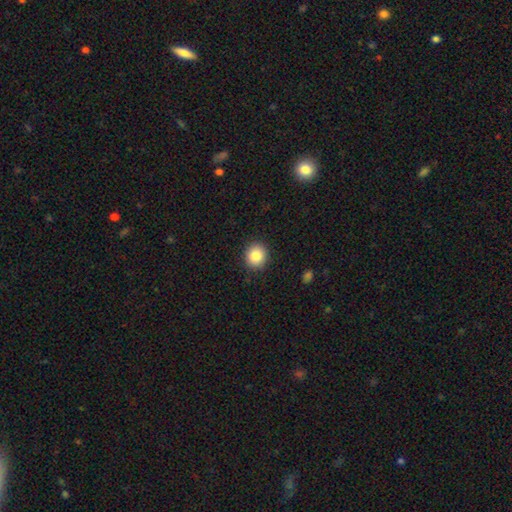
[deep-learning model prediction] Smooth or featured: smooth — 85% (star or artifact — 9%)
How rounded: round — 83% (in between — 16%)
Merging: none — 90% (minor disturbance — 7%)